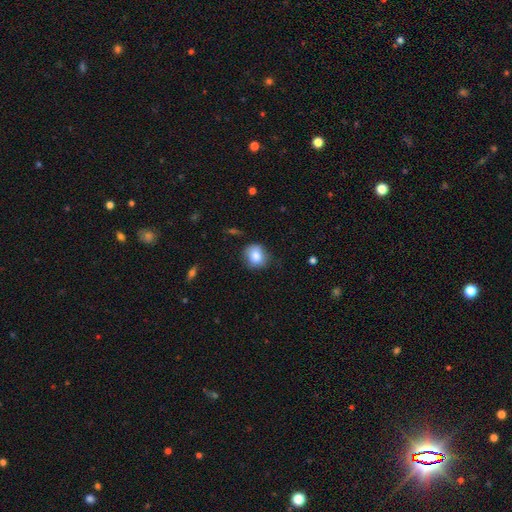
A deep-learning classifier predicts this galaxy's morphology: A smooth galaxy with no disk features (83%) that is round (76%).

Vote fractions:
- Smooth or featured? smooth: 83% / star or artifact: 9% / featured or disk: 9%
- How rounded? round: 76% / in between: 23% / cigar-shaped: 1%
- Merging? none: 75% / minor disturbance: 20% / major disturbance: 4% / merger: 1%